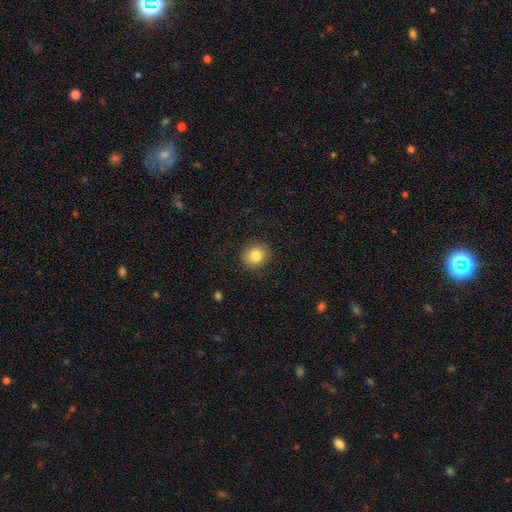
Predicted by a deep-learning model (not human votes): smooth 83%, star or artifact 10%, featured or disk 7%. Down the decision tree: how rounded — round (84%); merging — none (89%).